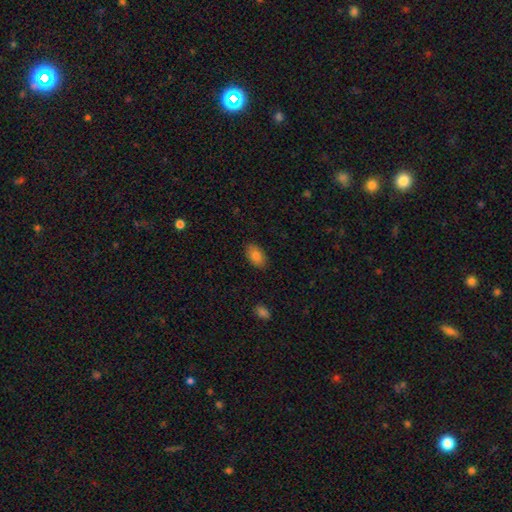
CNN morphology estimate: type=smooth (83%); roundness=in between (92%); merging=none (88%).